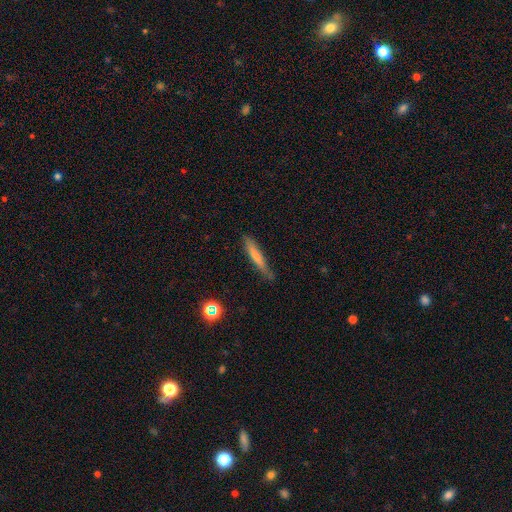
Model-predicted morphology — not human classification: This is marginally a smooth galaxy (44%, tied with featured or disk). Merging: clearly none (82%).